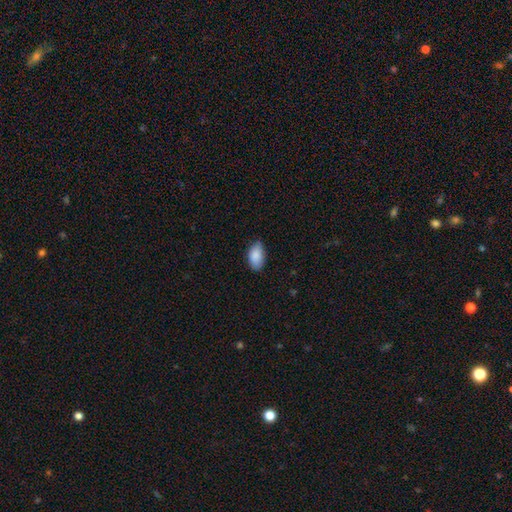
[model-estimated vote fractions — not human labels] Smooth or featured: smooth — 88% (star or artifact — 7%)
How rounded: in between — 94% (round — 5%)
Merging: none — 79% (minor disturbance — 17%)